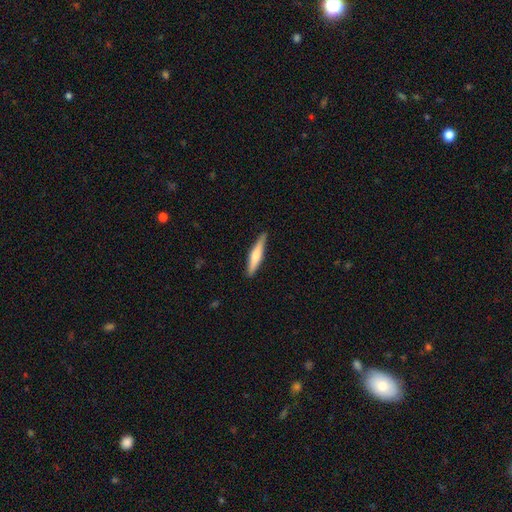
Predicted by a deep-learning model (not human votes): This is possibly a smooth galaxy (56%). How rounded: clearly cigar-shaped (89%). Merging: clearly none (87%).